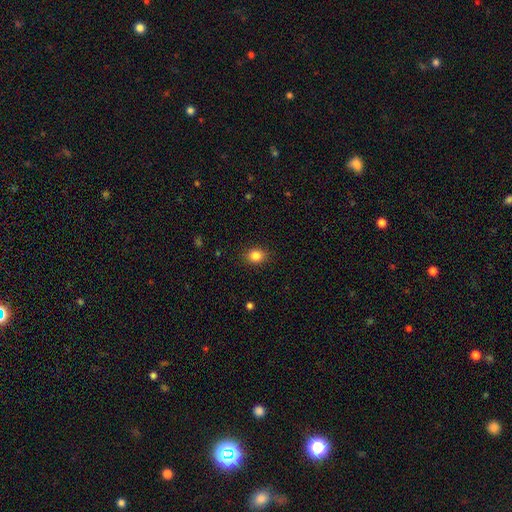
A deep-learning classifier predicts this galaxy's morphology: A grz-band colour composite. It shows a smooth galaxy with no disk features (85%) that is round (53%). Merging: none (88%).